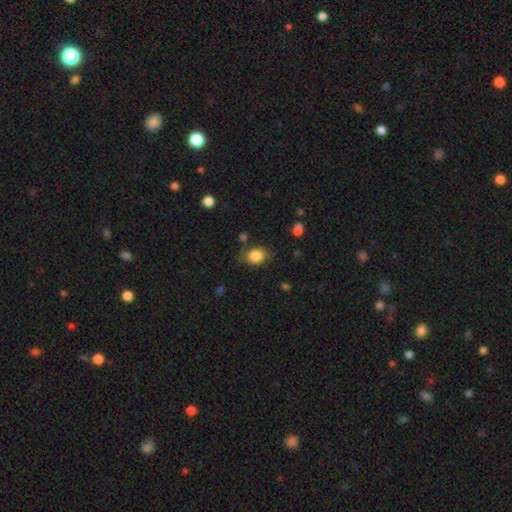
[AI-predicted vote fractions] Q: Smooth or featured?
A: smooth (85%); runner-up: star or artifact (9%)
Q: How rounded?
A: in between (51%); runner-up: round (48%)
Q: Merging?
A: none (75%); runner-up: minor disturbance (17%)